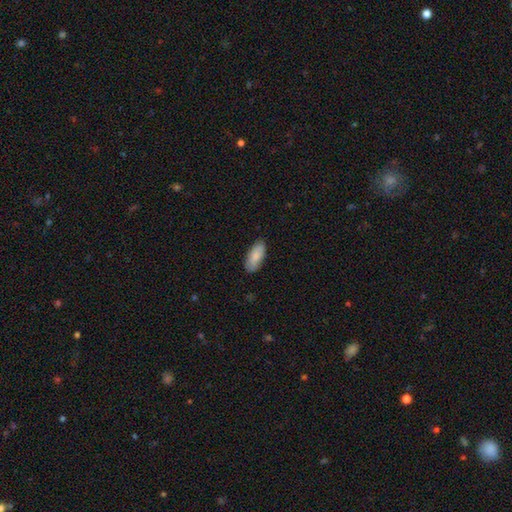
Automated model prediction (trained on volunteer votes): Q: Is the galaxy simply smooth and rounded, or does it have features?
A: smooth — 86%.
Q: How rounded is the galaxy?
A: in between — 87%.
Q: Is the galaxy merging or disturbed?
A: none — 84%.